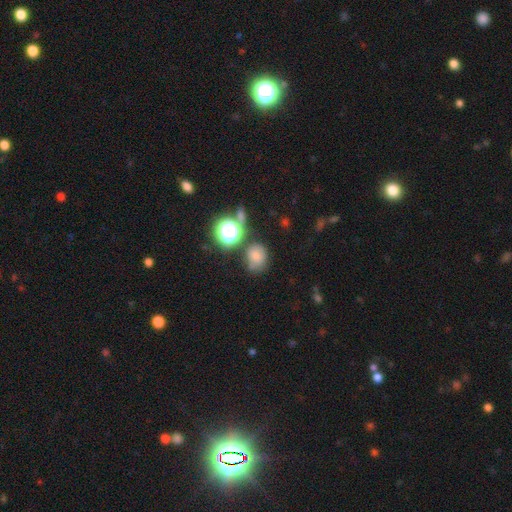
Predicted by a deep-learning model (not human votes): Q: Smooth or featured?
A: smooth (67%); runner-up: star or artifact (20%)
Q: How rounded?
A: round (55%); runner-up: in between (44%)
Q: Merging?
A: none (59%); runner-up: minor disturbance (23%)